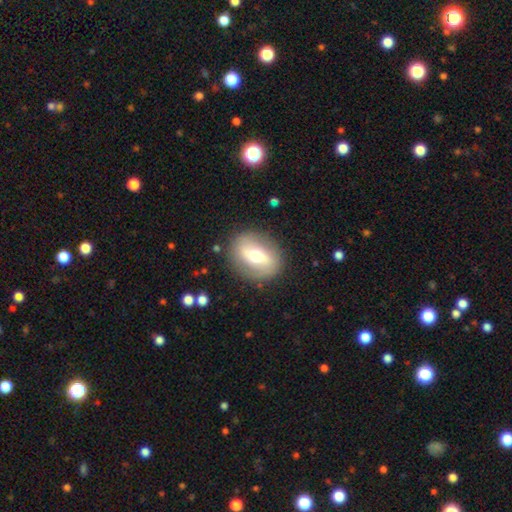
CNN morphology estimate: Smooth or featured: featured or disk — 50% (smooth — 42%)
Edge-on disk: no — 87% (yes — 13%)
Merging: none — 85% (minor disturbance — 9%)